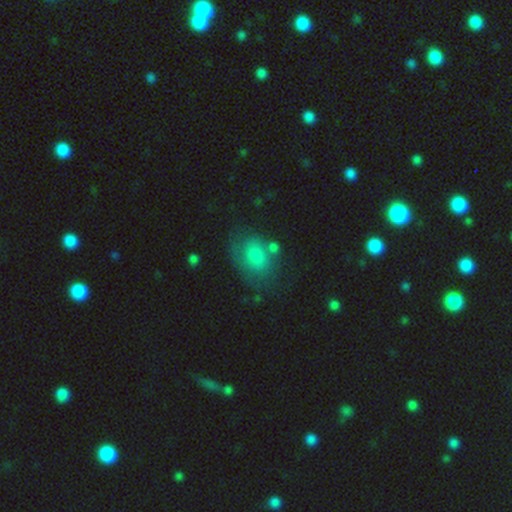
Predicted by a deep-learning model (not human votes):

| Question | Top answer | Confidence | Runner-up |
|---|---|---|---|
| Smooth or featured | smooth | 64% | featured or disk (26%) |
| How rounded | in between | 72% | round (27%) |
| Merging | none | 55% | minor disturbance (25%) |